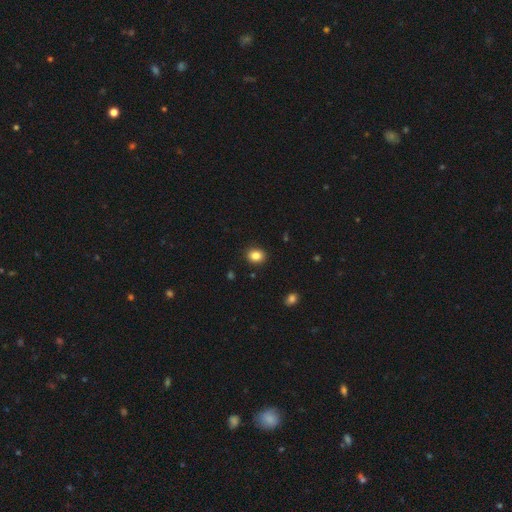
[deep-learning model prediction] Smooth or featured: smooth — 86% (star or artifact — 10%)
How rounded: round — 58% (in between — 41%)
Merging: none — 90% (minor disturbance — 7%)